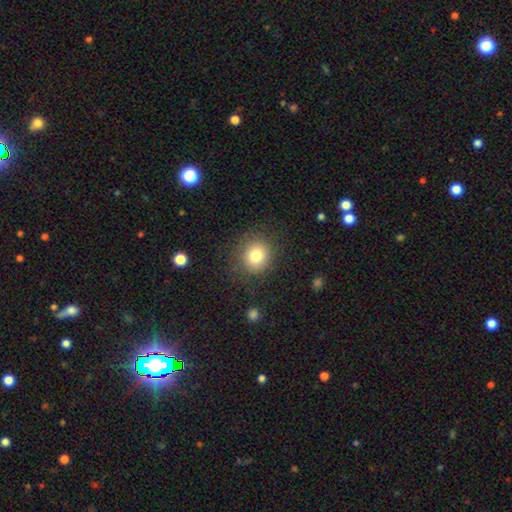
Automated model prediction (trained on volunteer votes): smooth_or_featured: smooth (p=0.79) [alt: star or artifact p=0.11]
how_rounded: round (p=0.81) [alt: in between p=0.18]
merging: none (p=0.83) [alt: minor disturbance p=0.11]